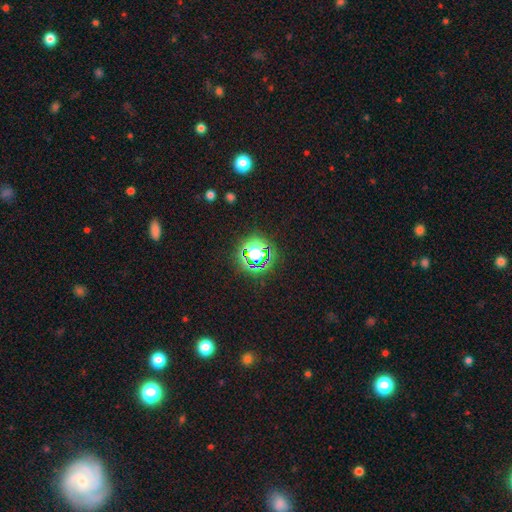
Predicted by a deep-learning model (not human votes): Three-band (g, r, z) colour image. It shows a star or artifact, not a galaxy (59%).